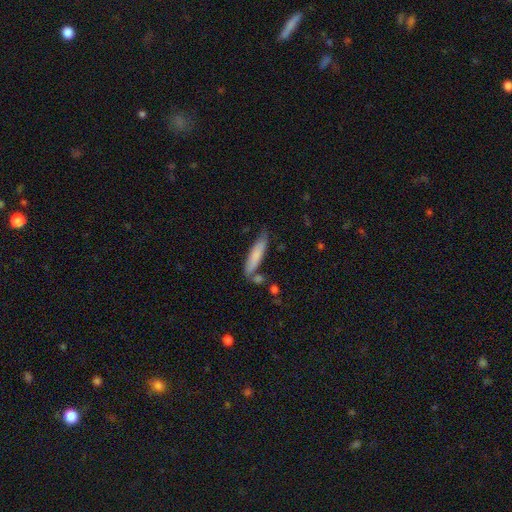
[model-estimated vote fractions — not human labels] Q: Smooth or featured?
A: smooth (76%); runner-up: featured or disk (18%)
Q: How rounded?
A: cigar-shaped (80%); runner-up: in between (19%)
Q: Merging?
A: none (69%); runner-up: minor disturbance (19%)